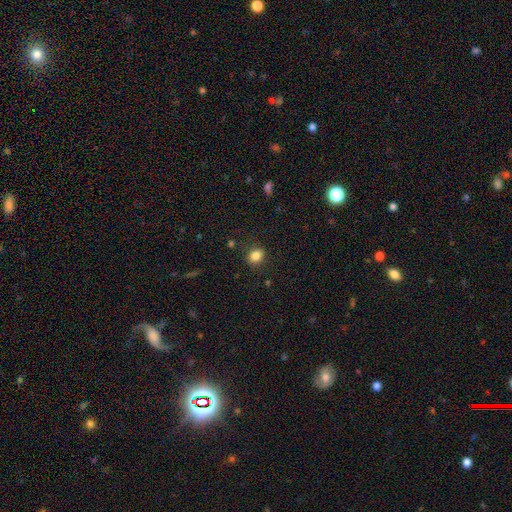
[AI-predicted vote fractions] The model was most divided on "how rounded": round: 55%, in between: 44%, cigar-shaped: 1%. More confident: merging — none (86%); smooth or featured — smooth (85%).